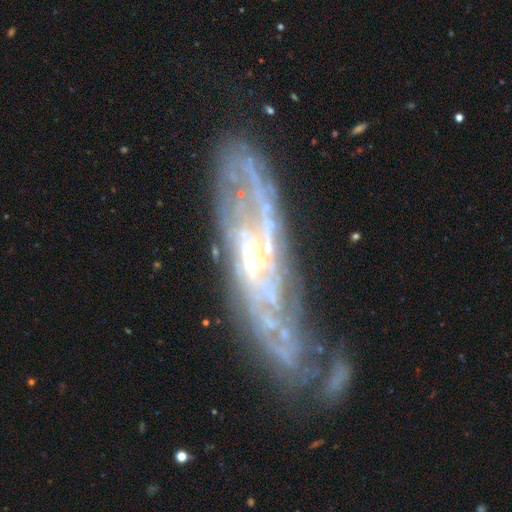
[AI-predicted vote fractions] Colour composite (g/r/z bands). It shows a featured or disk galaxy (82%) with no bar (56%), spiral arms (85%) and a small central bulge (64%). Merging: none (62%).